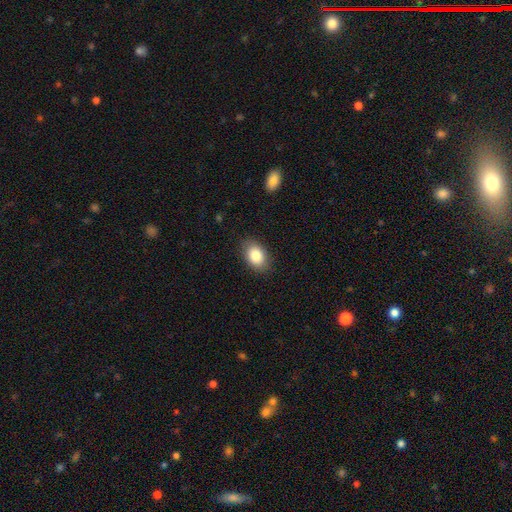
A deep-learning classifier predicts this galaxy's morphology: type=smooth (84%); roundness=in between (86%); merging=none (86%).